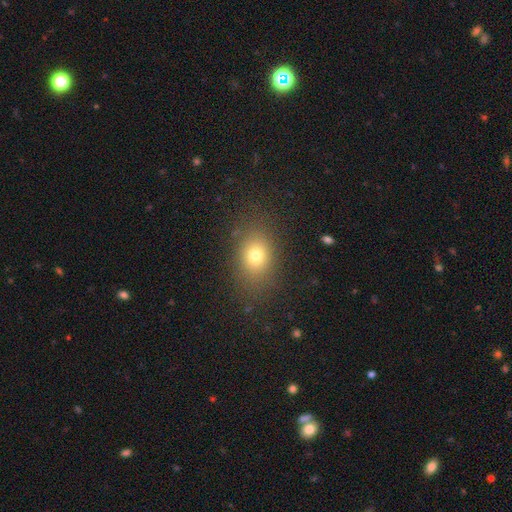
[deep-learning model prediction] A smooth galaxy with no disk features (74%) that is in between round and cigar-shaped (63%). Merging: none (82%).